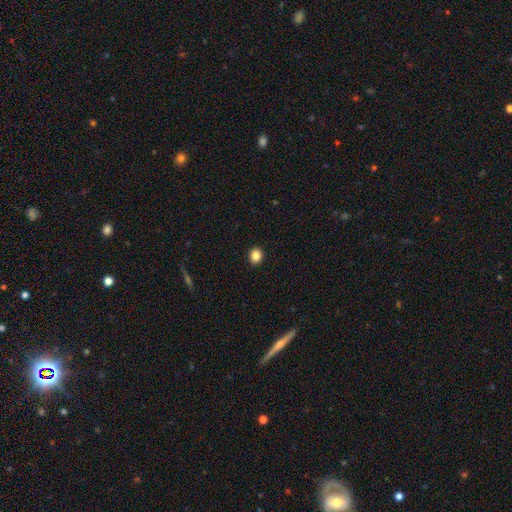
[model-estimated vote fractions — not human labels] Smooth or featured? Predicted: smooth (p=0.85). How rounded? Predicted: round (p=0.77). Merging? Predicted: none (p=0.92).